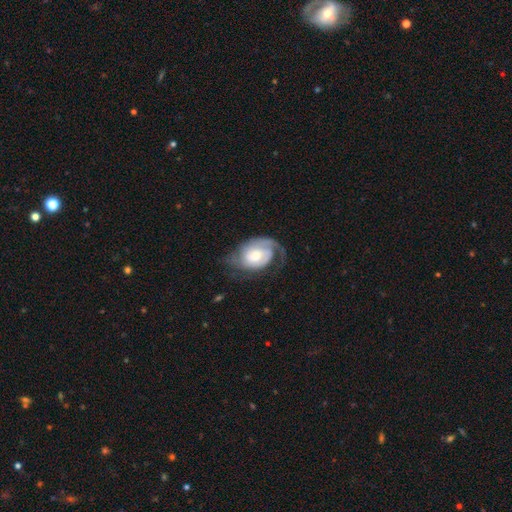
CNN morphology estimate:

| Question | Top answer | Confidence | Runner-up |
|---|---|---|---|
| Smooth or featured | featured or disk | 75% | smooth (20%) |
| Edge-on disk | no | 96% | yes (4%) |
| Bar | no | 67% | weak (27%) |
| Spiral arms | yes | 90% | no (10%) |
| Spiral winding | tight | 42% | medium (37%) |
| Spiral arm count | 2 | 41% | 1 (38%) |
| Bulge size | moderate | 58% | small (22%) |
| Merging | none | 52% | major disturbance (24%) |